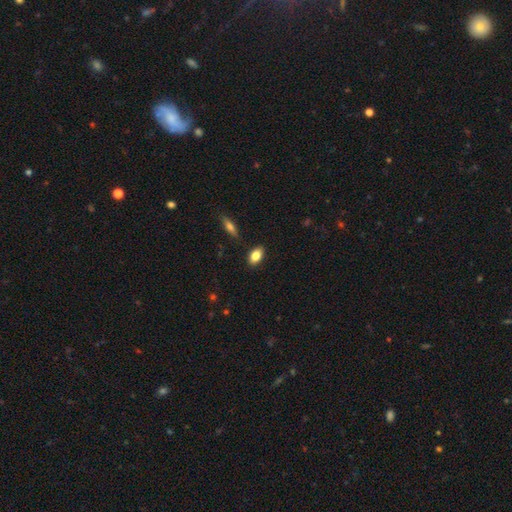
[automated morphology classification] Overall: smooth (82%). How rounded: in between (89%). Merging: none (87%).